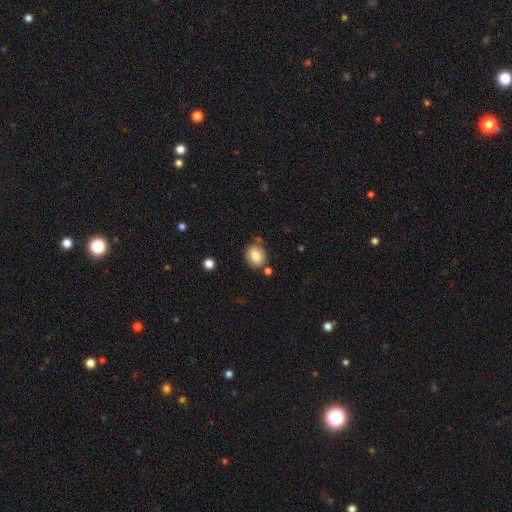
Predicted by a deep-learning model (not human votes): Q: Smooth or featured?
A: smooth (83%); runner-up: star or artifact (8%)
Q: How rounded?
A: round (52%); runner-up: in between (47%)
Q: Merging?
A: none (73%); runner-up: minor disturbance (15%)